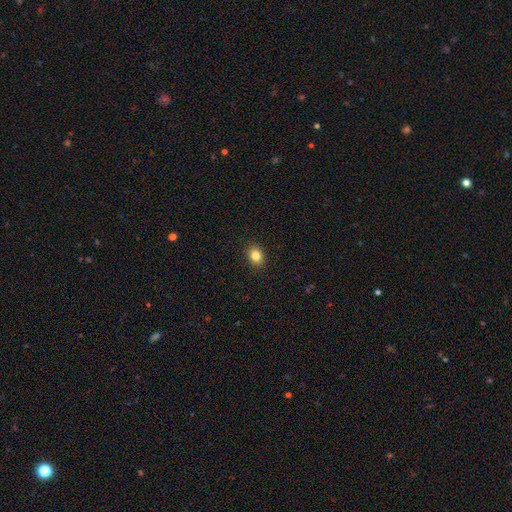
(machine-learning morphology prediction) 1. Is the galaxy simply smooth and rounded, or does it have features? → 84% smooth, 10% star or artifact, 6% featured or disk.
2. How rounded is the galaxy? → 50% in between, 49% round, 1% cigar-shaped.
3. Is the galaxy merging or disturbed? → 90% none, 7% minor disturbance, 2% major disturbance, 1% merger.